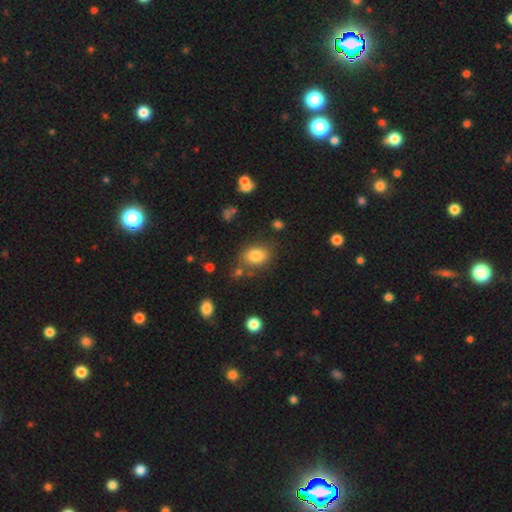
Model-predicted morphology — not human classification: type=smooth (82%); roundness=in between (69%); merging=none (73%).